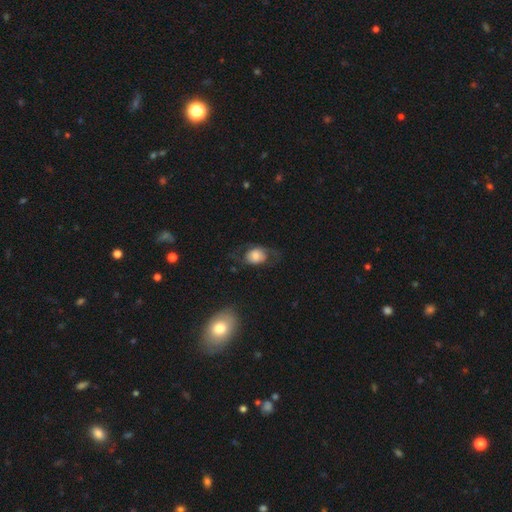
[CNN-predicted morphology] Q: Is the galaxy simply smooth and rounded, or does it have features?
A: smooth — 54%.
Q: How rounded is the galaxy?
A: in between — 56%.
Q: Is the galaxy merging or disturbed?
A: none — 52%.